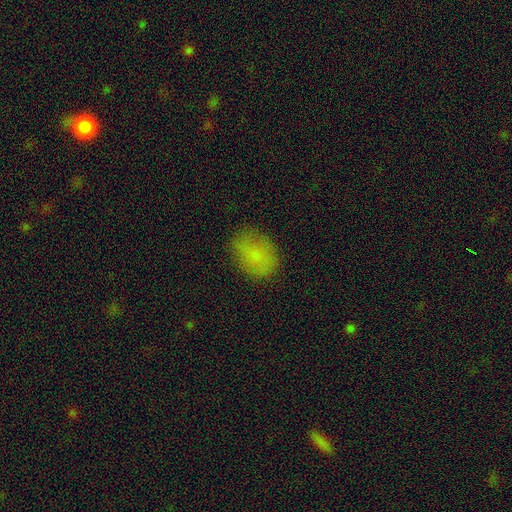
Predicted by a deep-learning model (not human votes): Overall: smooth (79%). How rounded: in between (69%). Merging: none (75%).